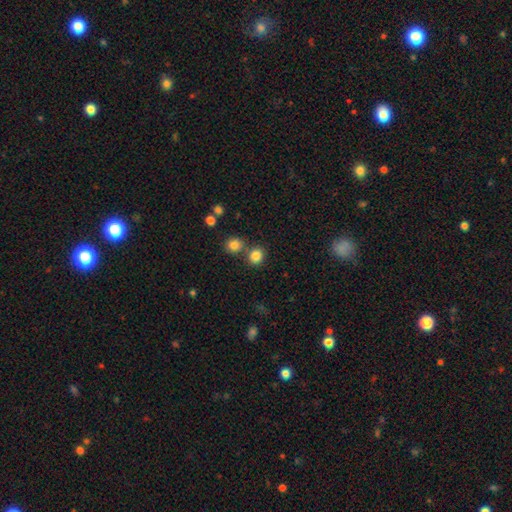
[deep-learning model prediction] smooth_or_featured: smooth (p=0.83) [alt: star or artifact p=0.12]
how_rounded: round (p=0.81) [alt: in between p=0.18]
merging: none (p=0.68) [alt: merger p=0.21]